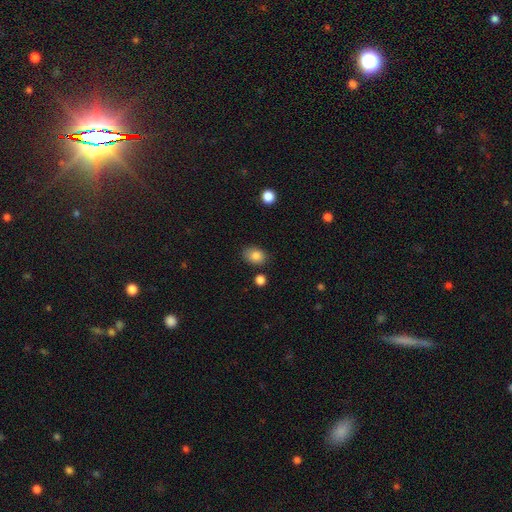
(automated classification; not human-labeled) A smooth galaxy with no disk features (84%) that is in between round and cigar-shaped (67%).

Vote fractions:
- Smooth or featured? smooth: 84% / star or artifact: 9% / featured or disk: 7%
- How rounded? in between: 67% / round: 32% / cigar-shaped: 1%
- Merging? none: 79% / minor disturbance: 14% / merger: 4% / major disturbance: 3%